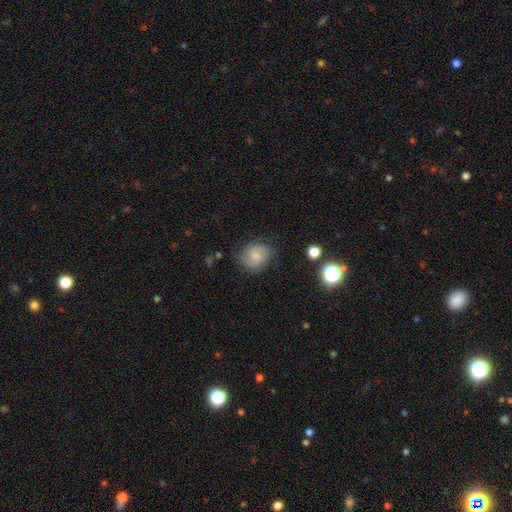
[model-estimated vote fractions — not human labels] The model was most divided on "smooth or featured": smooth: 54%, featured or disk: 36%, star or artifact: 10%. More confident: merging — none (73%); how rounded — round (66%).